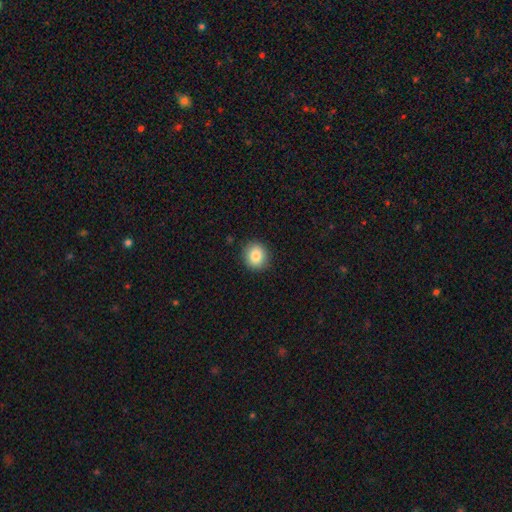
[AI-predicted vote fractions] A smooth galaxy with no disk features (85%) that is round (80%). Merging: none (89%).